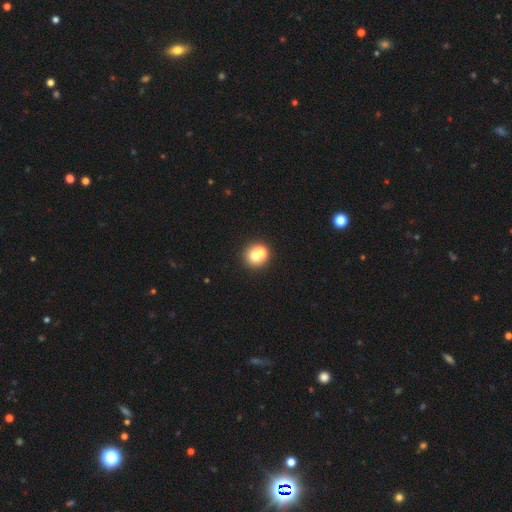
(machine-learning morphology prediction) A smooth galaxy with no disk features (67%) that is round (74%).

Vote fractions:
- Smooth or featured? smooth: 67% / featured or disk: 19% / star or artifact: 14%
- How rounded? round: 74% / in between: 25% / cigar-shaped: 1%
- Merging? none: 46% / merger: 40% / minor disturbance: 9% / major disturbance: 4%